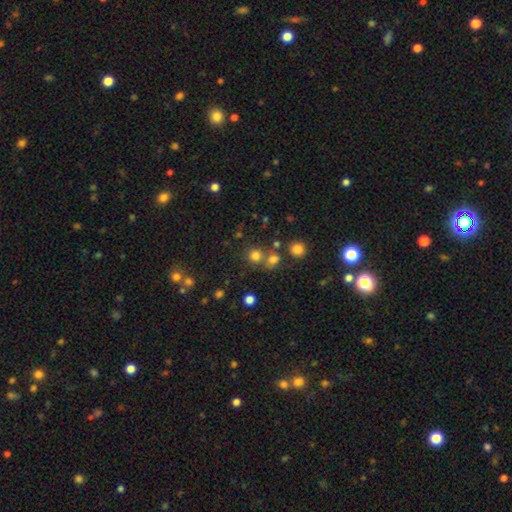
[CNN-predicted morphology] smooth 76%, star or artifact 18%, featured or disk 7%. Down the decision tree: how rounded — round (89%); merging — none (66%).